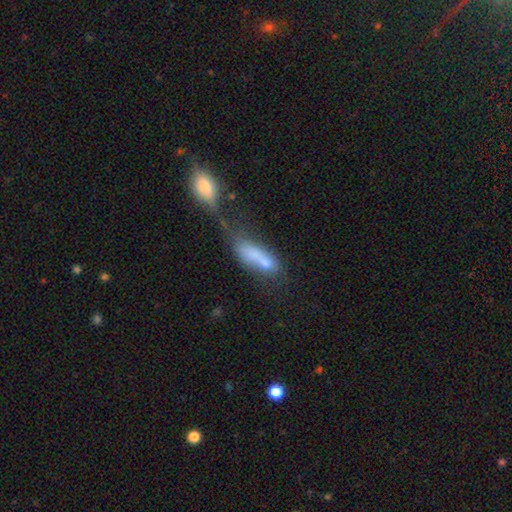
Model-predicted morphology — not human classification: This appears to be a smooth galaxy with no disk features (65%) that is in between round and cigar-shaped (62%). Merging: merger (55%).